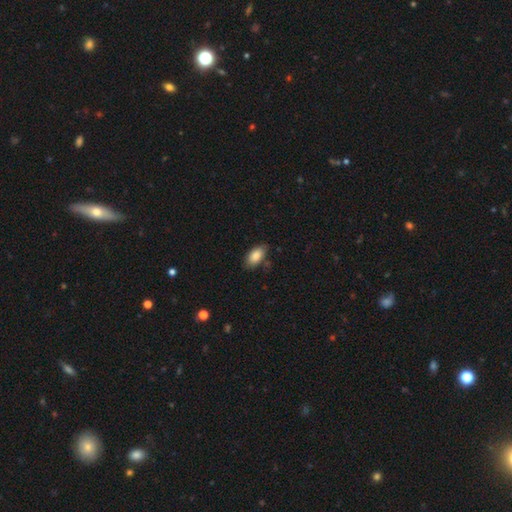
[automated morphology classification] Smooth or featured: smooth — 84% (featured or disk — 9%)
How rounded: in between — 92% (cigar-shaped — 4%)
Merging: none — 79% (minor disturbance — 16%)